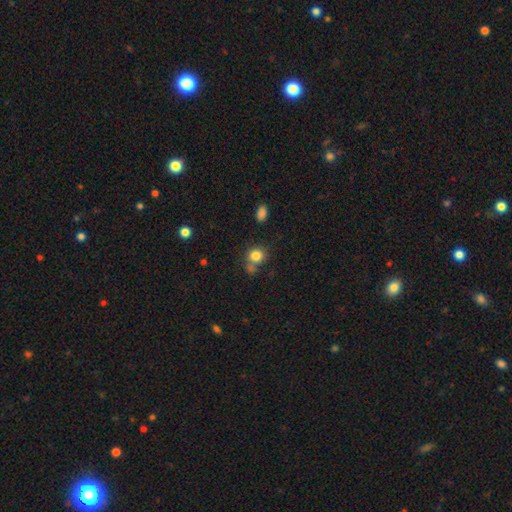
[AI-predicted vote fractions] Smooth or featured: smooth — 82% (star or artifact — 11%)
How rounded: round — 76% (in between — 23%)
Merging: none — 59% (merger — 20%)